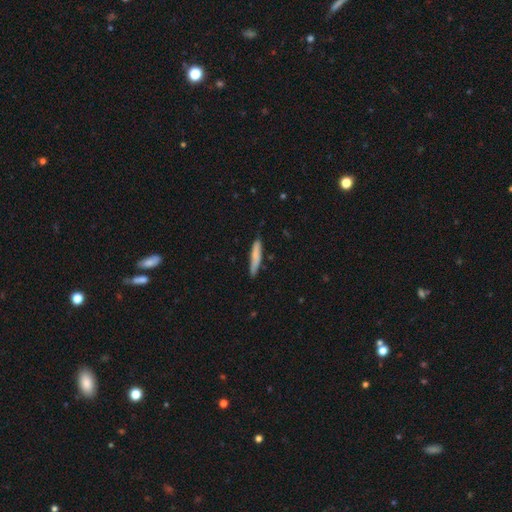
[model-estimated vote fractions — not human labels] Q: Smooth or featured?
A: smooth (76%); runner-up: featured or disk (18%)
Q: How rounded?
A: cigar-shaped (91%); runner-up: in between (7%)
Q: Merging?
A: none (81%); runner-up: minor disturbance (15%)